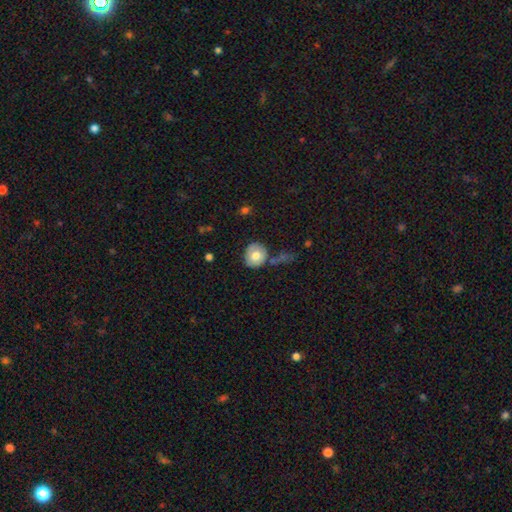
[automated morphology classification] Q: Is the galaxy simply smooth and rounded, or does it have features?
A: smooth — 73%.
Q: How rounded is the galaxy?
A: round — 79%.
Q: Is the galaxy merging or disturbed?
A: none — 69%.